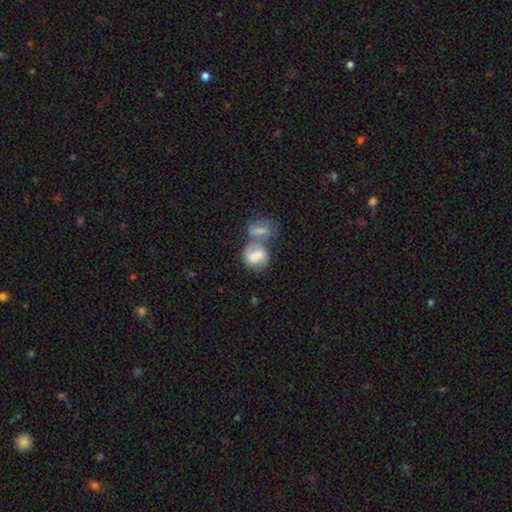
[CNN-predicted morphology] A smooth galaxy with no disk features (64%) that is in between round and cigar-shaped (57%).

Vote fractions:
- Smooth or featured? smooth: 64% / featured or disk: 28% / star or artifact: 8%
- How rounded? in between: 57% / round: 40% / cigar-shaped: 2%
- Merging? merger: 65% / none: 18% / minor disturbance: 9% / major disturbance: 8%